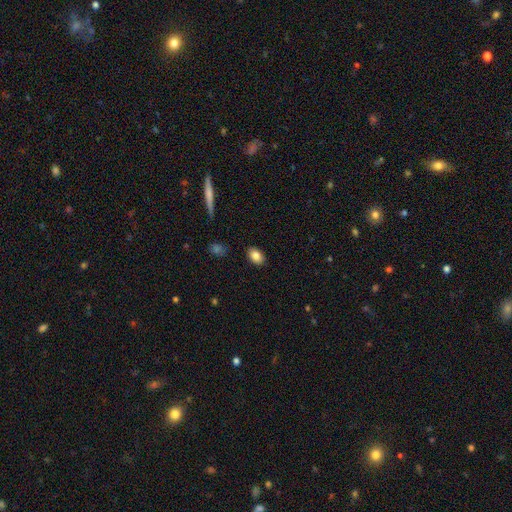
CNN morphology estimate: This is clearly a smooth galaxy (84%). How rounded: clearly in between (84%). Merging: clearly none (88%).